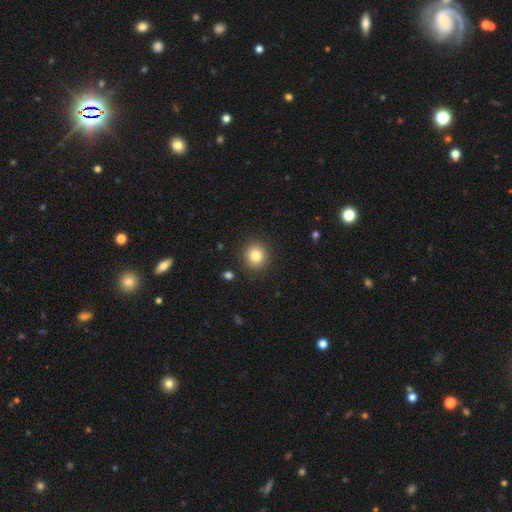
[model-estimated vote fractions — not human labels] The model was most divided on "smooth or featured": smooth: 82%, star or artifact: 11%, featured or disk: 7%. More confident: merging — none (90%); how rounded — round (89%).